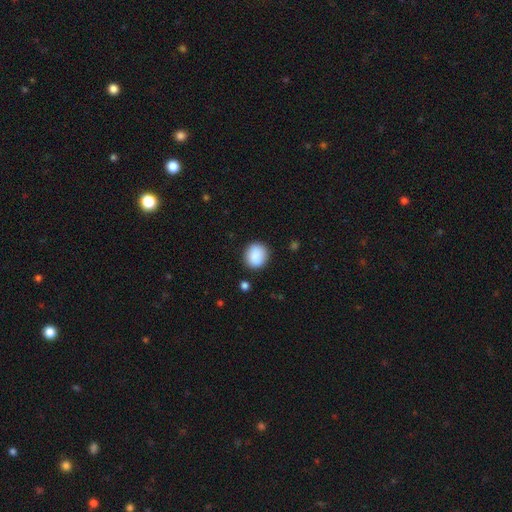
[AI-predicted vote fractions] The model was most divided on "how rounded": round: 79%, in between: 20%, cigar-shaped: 1%. More confident: smooth or featured — smooth (88%); merging — none (87%).